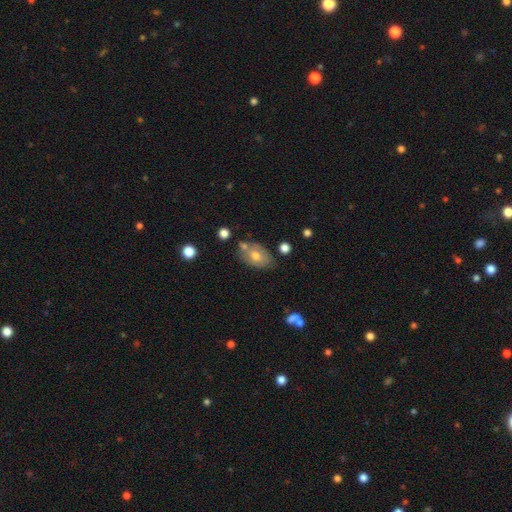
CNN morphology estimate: This is likely a smooth galaxy (64%). How rounded: clearly in between (85%). Merging: possibly none (56%).